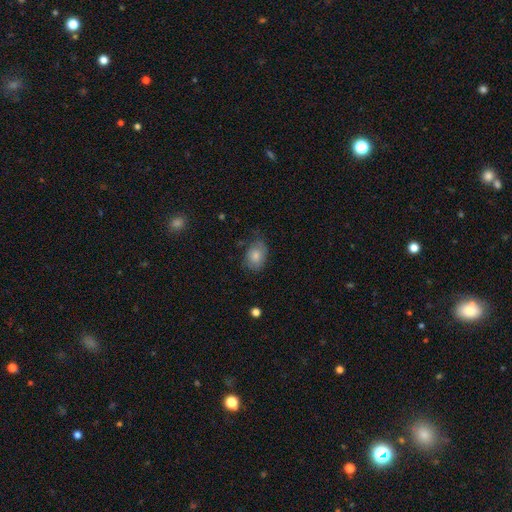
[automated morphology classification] A smooth galaxy with no disk features (77%) that is in between round and cigar-shaped (77%).

Vote fractions:
- Smooth or featured? smooth: 77% / featured or disk: 16% / star or artifact: 8%
- How rounded? in between: 77% / round: 22% / cigar-shaped: 1%
- Merging? none: 61% / minor disturbance: 29% / major disturbance: 8% / merger: 2%